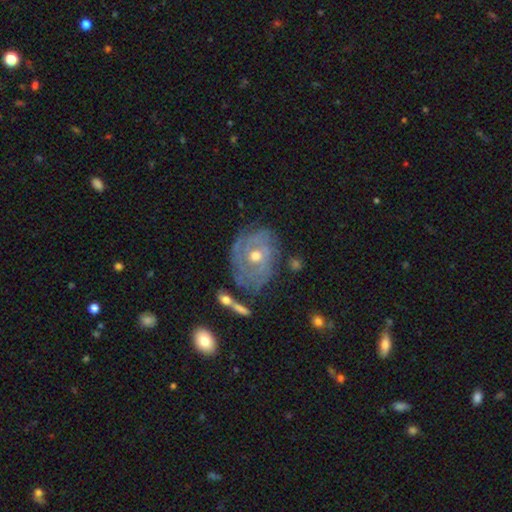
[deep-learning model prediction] A featured or disk galaxy (76%) with no bar (74%), tight (71%) spiral arms (79%) and a moderate central bulge (60%). Merging: none (67%).